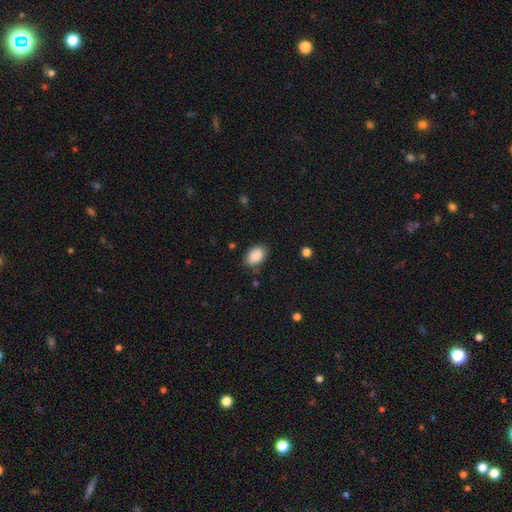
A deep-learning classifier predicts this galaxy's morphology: The model was most divided on "merging": none: 80%, minor disturbance: 15%, major disturbance: 3%, merger: 2%. More confident: smooth or featured — smooth (89%); how rounded — in between (86%).